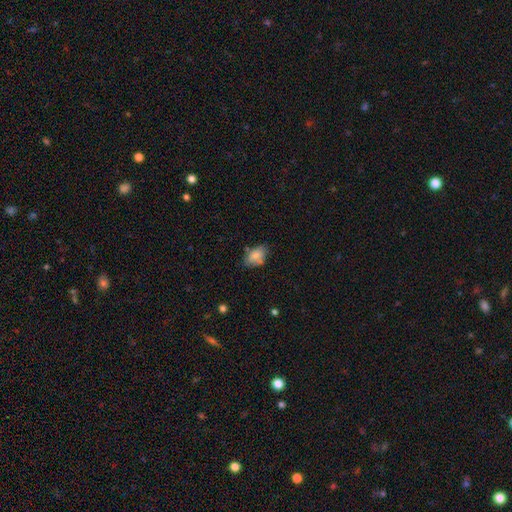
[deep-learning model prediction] Smooth or featured: smooth — 75% (featured or disk — 16%)
How rounded: in between — 88% (round — 10%)
Merging: none — 60% (minor disturbance — 28%)